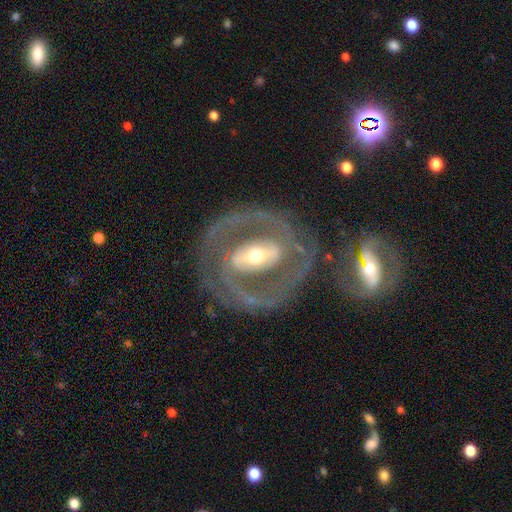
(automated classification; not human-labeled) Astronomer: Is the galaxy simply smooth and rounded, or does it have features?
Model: featured or disk — 88%.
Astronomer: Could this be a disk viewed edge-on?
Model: no — 96%.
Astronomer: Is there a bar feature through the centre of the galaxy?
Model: strong — 55%.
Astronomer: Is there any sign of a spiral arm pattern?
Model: yes — 88%.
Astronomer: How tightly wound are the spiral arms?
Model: tight — 49% (runner-up: medium, 40%).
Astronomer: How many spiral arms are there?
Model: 2 — 81%.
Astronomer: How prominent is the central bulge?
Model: moderate — 55% (runner-up: small, 36%).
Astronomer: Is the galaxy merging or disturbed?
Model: none — 73%.